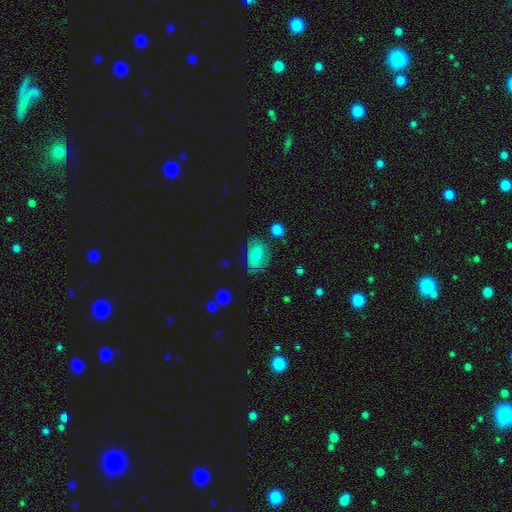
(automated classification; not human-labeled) Q: Smooth or featured?
A: smooth (65%); runner-up: featured or disk (27%)
Q: How rounded?
A: in between (84%); runner-up: round (14%)
Q: Merging?
A: none (59%); runner-up: minor disturbance (28%)